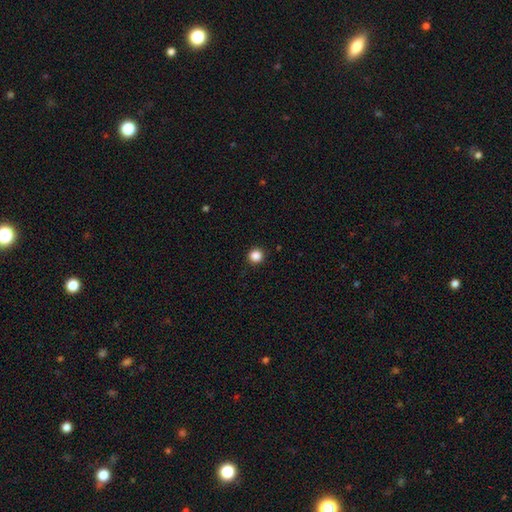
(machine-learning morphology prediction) Smooth or featured? smooth (86%)
How rounded? round (95%)
Merging? none (93%)